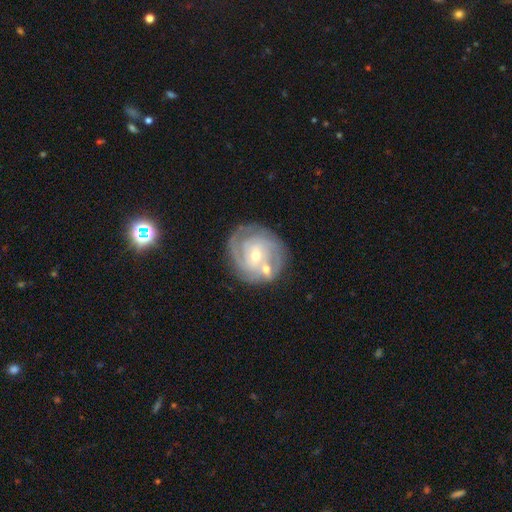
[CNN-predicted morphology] The model was most divided on "spiral arm count": 3: 32%, can't tell: 25%, 2: 23%, 4: 11%, 1: 5%, more than 4: 4%. More confident: edge-on disk — no (97%); spiral arms — yes (94%); smooth or featured — featured or disk (82%); spiral winding — tight (70%); merging — none (65%); bar — no (55%); bulge size — moderate (52%).